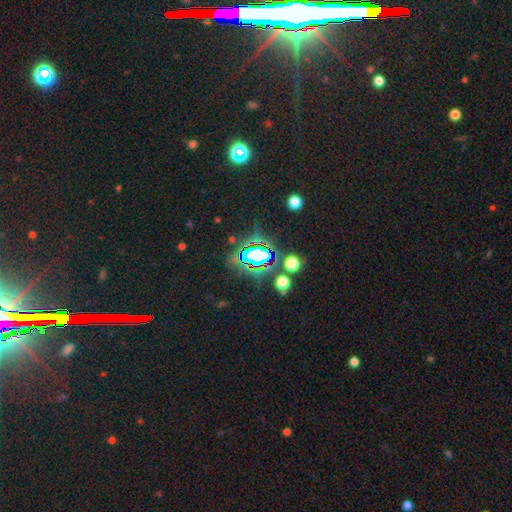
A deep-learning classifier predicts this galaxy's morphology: This is likely a star or artifact rather than a galaxy (68%).